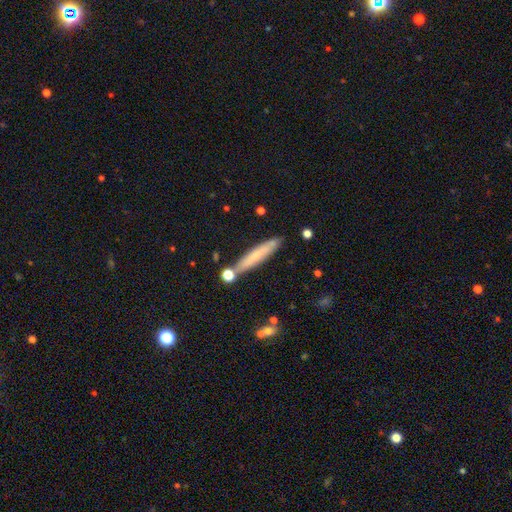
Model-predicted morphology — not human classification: smooth_or_featured: smooth (p=0.62) [alt: featured or disk p=0.30]
how_rounded: cigar-shaped (p=0.92) [alt: in between p=0.06]
merging: none (p=0.78) [alt: minor disturbance p=0.12]